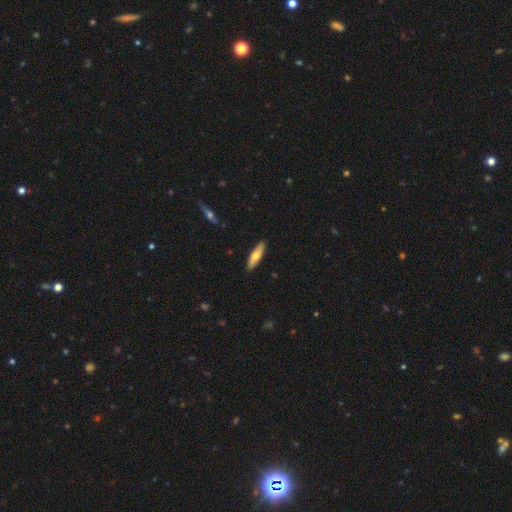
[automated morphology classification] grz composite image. It shows a smooth galaxy with no disk features (63%) that is cigar-shaped (63%). Merging: none (89%).